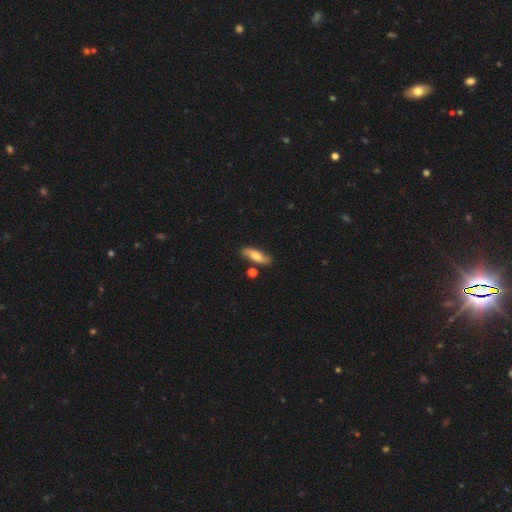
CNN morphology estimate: Smooth or featured? Predicted: smooth (p=0.54). How rounded? Predicted: in between (p=0.54). Merging? Predicted: none (p=0.76).